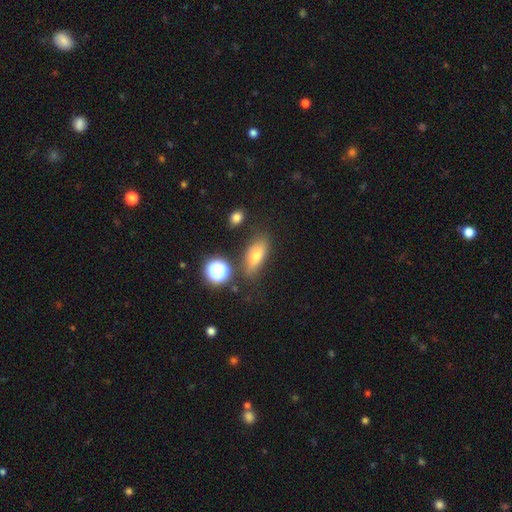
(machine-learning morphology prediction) This is likely a smooth galaxy (64%). How rounded: likely in between (68%). Merging: likely none (73%).